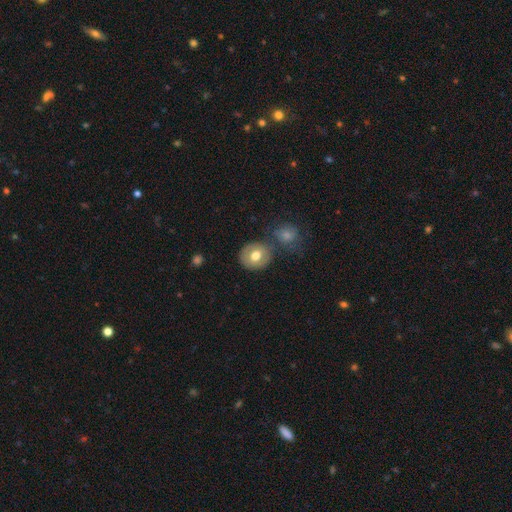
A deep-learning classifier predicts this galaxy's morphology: This is likely a smooth galaxy (70%). How rounded: likely round (75%). Merging: likely none (69%).